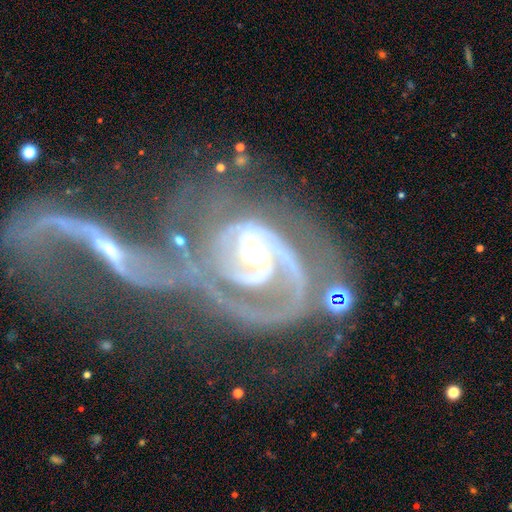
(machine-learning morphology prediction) This appears to be a featured or disk galaxy (91%) with no bar (41%), 2 (47%) tight (52%) spiral arms (95%) and a moderate central bulge (65%). Merging: merger (44%).